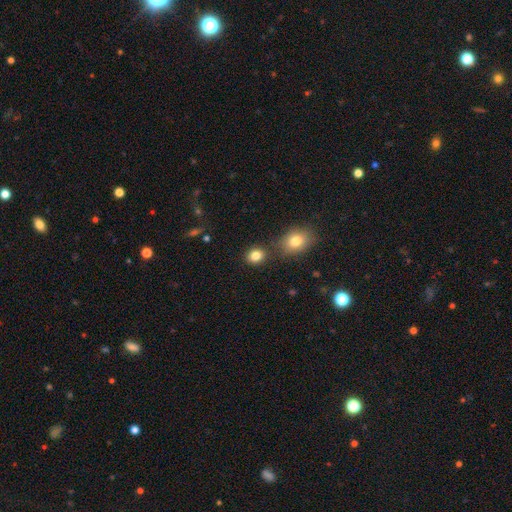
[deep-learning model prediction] The model was most divided on "how rounded": round: 63%, in between: 36%, cigar-shaped: 1%. More confident: smooth or featured — smooth (83%); merging — none (76%).